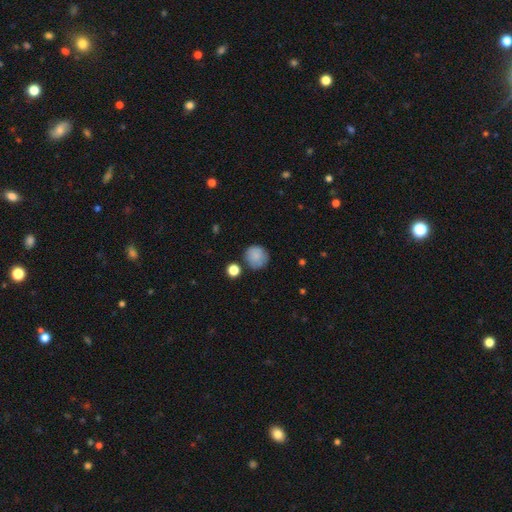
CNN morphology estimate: Smooth or featured?
  - smooth: 82% *
  - featured or disk: 9%
  - star or artifact: 9%
How rounded?
  - round: 90% *
  - in between: 9%
  - cigar-shaped: 1%
Merging?
  - none: 71% *
  - minor disturbance: 17%
  - merger: 7%
  - major disturbance: 5%